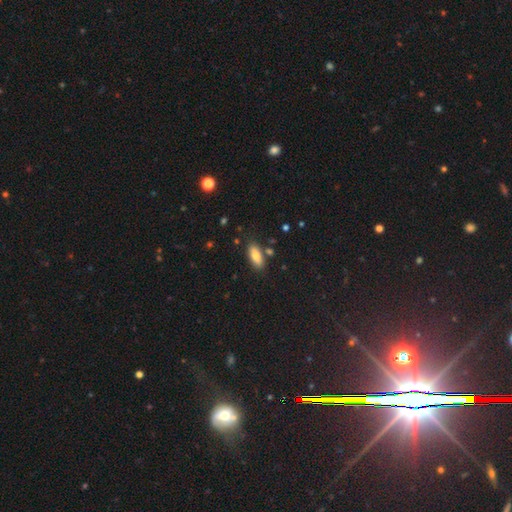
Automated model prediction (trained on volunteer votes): Overall: smooth (78%). How rounded: in between (80%). Merging: none (82%).